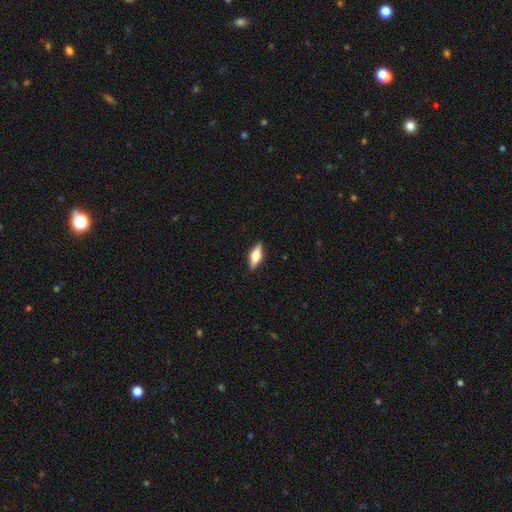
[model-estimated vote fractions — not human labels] Q: Smooth or featured?
A: featured or disk (48%); runner-up: smooth (45%)
Q: Merging?
A: none (88%); runner-up: minor disturbance (9%)